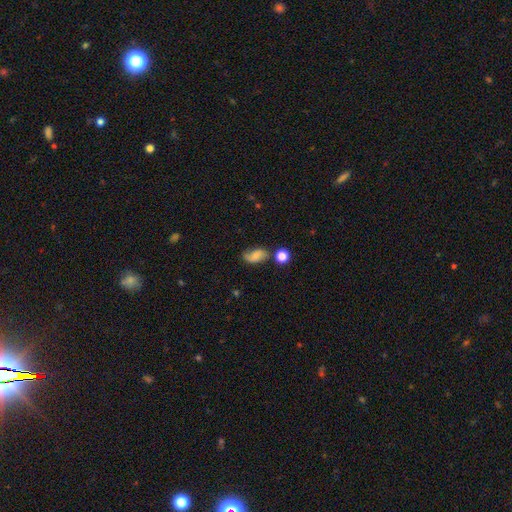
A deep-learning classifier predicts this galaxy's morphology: This appears to be a smooth galaxy with no disk features (61%) that is in between round and cigar-shaped (84%). Merging: none (57%).